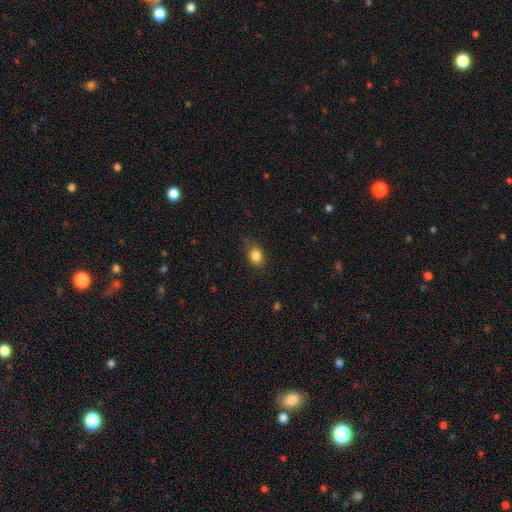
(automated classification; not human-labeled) Morphology: type=smooth (85%); roundness=in between (62%); merging=none (75%).